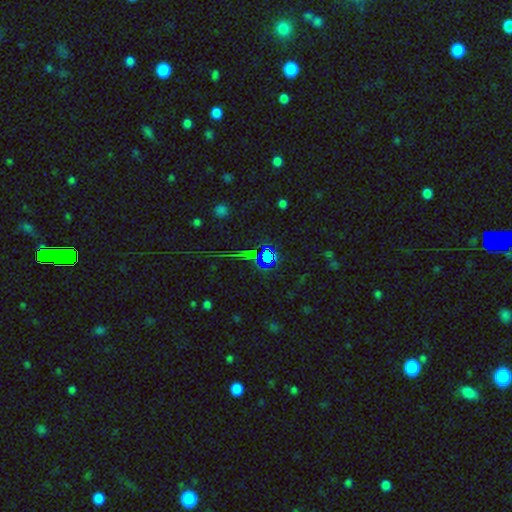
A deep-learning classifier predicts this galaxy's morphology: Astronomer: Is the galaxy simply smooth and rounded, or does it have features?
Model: star or artifact — 75%.